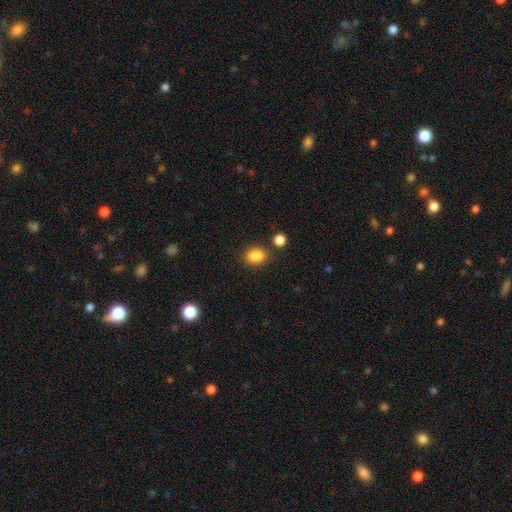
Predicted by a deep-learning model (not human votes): This appears to be a smooth galaxy with no disk features (87%) that is in between round and cigar-shaped (69%). Merging: none (75%).